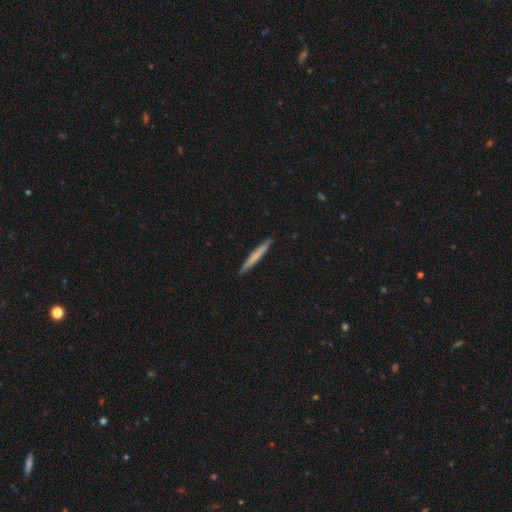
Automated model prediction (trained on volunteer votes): Smooth or featured: smooth — 66% (featured or disk — 29%)
How rounded: cigar-shaped — 97% (in between — 2%)
Merging: none — 91% (minor disturbance — 6%)